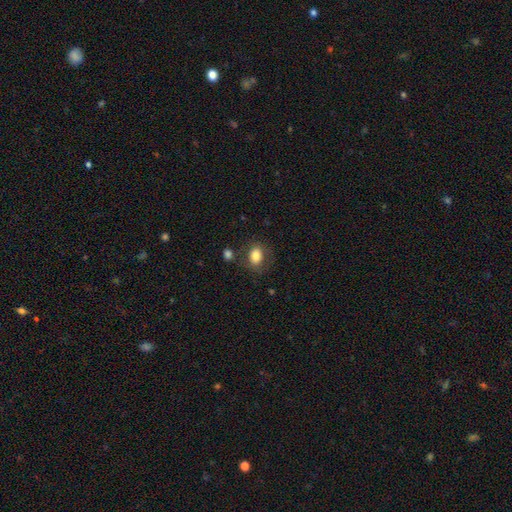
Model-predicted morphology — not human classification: type=smooth (81%); roundness=in between (70%); merging=none (74%).